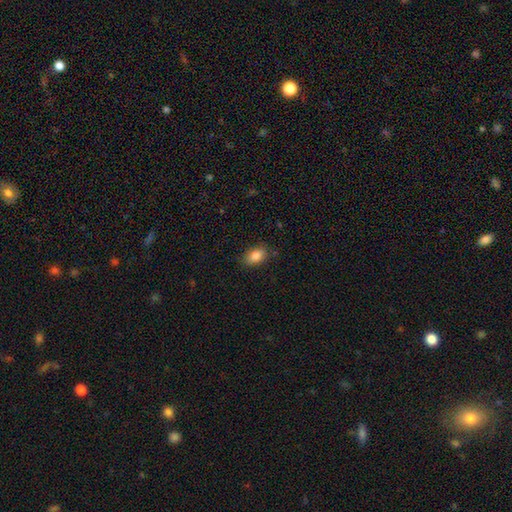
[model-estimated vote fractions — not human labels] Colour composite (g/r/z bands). It shows a smooth galaxy with no disk features (86%) that is in between round and cigar-shaped (86%). Merging: none (84%).